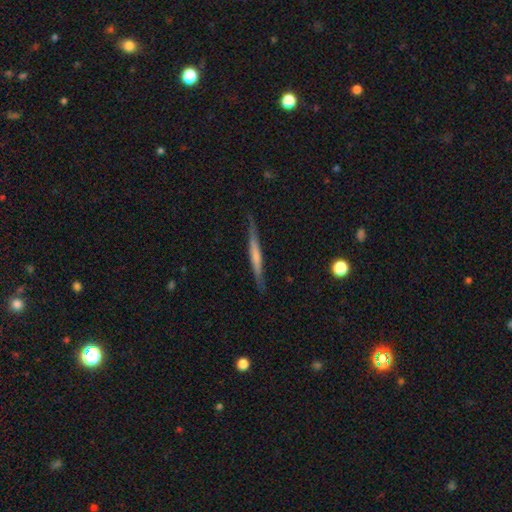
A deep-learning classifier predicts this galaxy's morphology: smooth-or-featured: featured or disk: 52% | smooth: 42% | star or artifact: 6%
  disk-edge-on: yes: 96% | no: 4%
  merging: none: 84% | minor disturbance: 12% | major disturbance: 2% | merger: 1%